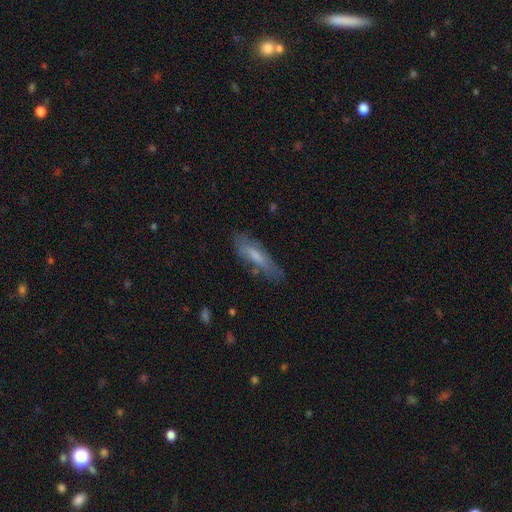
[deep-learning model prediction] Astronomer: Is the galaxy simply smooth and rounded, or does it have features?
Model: smooth — 61%.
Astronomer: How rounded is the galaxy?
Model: cigar-shaped — 65%.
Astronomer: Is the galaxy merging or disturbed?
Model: none — 69%.